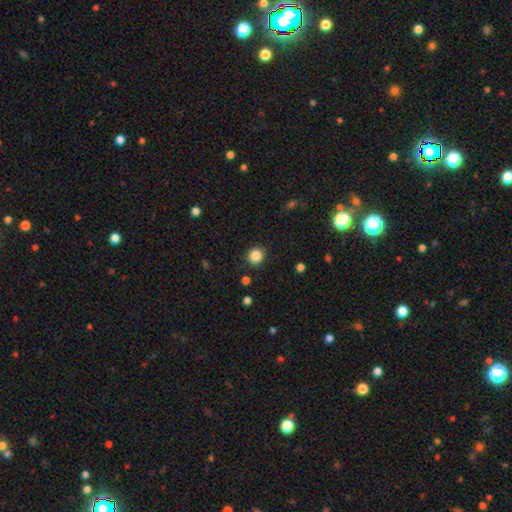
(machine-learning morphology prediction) This appears to be a smooth galaxy with no disk features (85%) that is round (85%). Merging: none (89%).